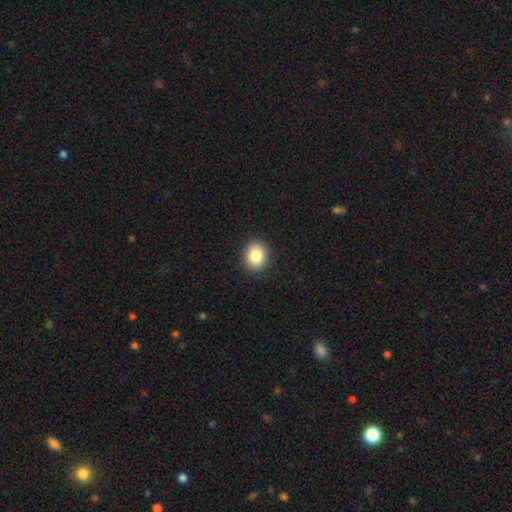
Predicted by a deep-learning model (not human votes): Smooth or featured: smooth — 85% (star or artifact — 9%)
How rounded: round — 67% (in between — 33%)
Merging: none — 91% (minor disturbance — 6%)